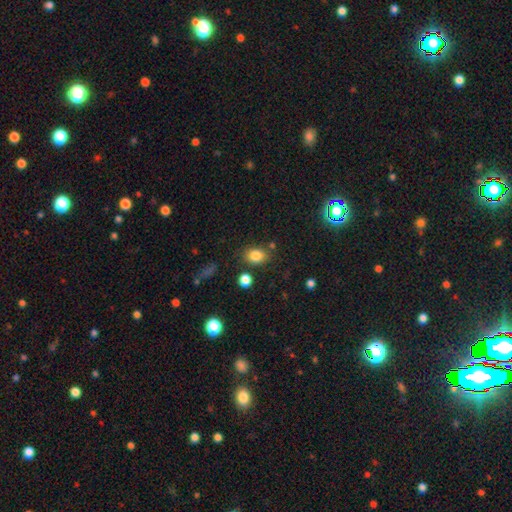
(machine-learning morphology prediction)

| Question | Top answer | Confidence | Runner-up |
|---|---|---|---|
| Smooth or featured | smooth | 82% | star or artifact (11%) |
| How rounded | in between | 63% | round (36%) |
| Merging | none | 77% | minor disturbance (13%) |